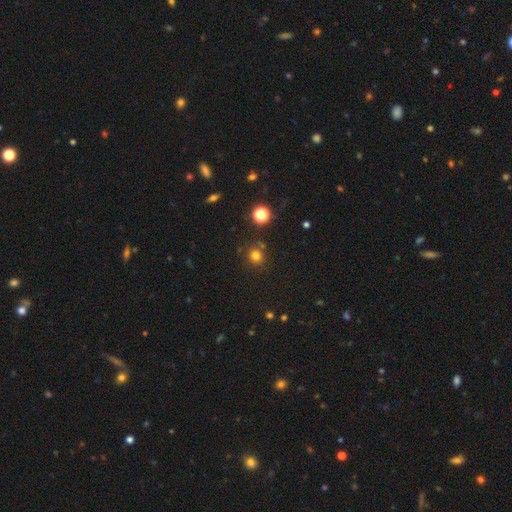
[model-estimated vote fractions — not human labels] Morphology: type=smooth (74%); roundness=round (88%); merging=none (80%).